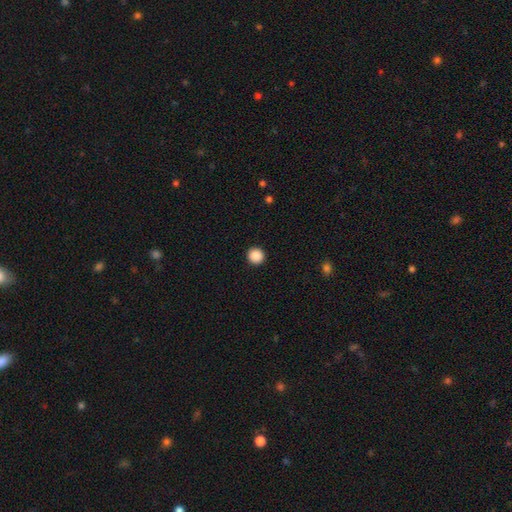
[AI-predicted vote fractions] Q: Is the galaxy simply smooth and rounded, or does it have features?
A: smooth — 88%.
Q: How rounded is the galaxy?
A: round — 96%.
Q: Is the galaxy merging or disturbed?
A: none — 94%.